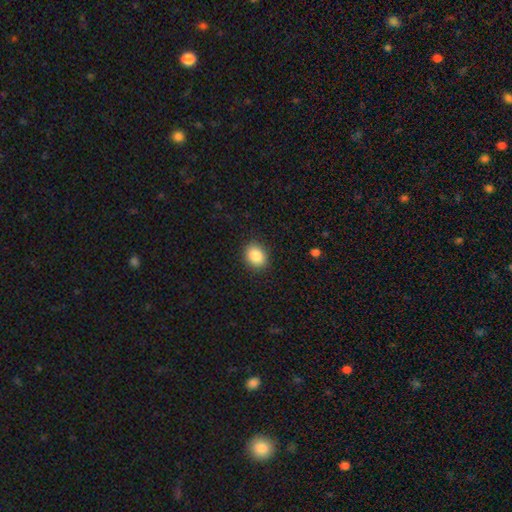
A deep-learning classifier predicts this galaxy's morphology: The model was most divided on "how rounded": in between: 51%, round: 48%, cigar-shaped: 1%. More confident: merging — none (89%); smooth or featured — smooth (87%).